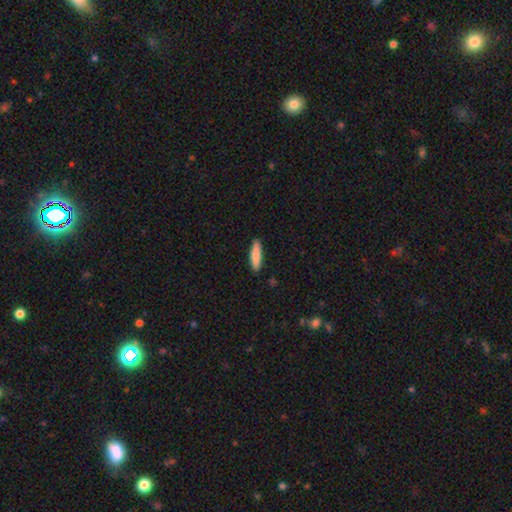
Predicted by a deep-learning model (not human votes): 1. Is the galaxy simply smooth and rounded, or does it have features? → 84% smooth, 10% featured or disk, 6% star or artifact.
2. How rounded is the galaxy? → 76% cigar-shaped, 23% in between, 1% round.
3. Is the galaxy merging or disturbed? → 89% none, 8% minor disturbance, 2% major disturbance, 1% merger.